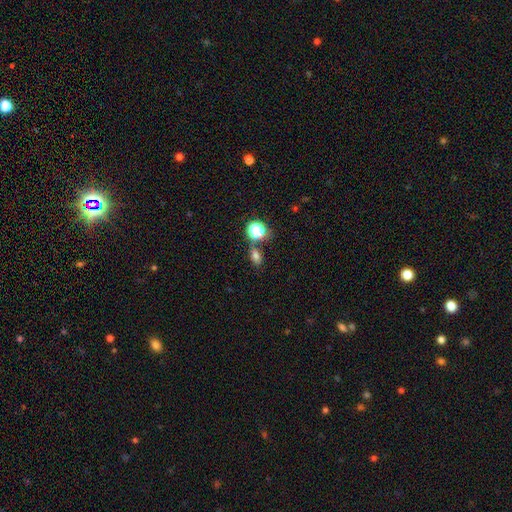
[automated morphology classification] Smooth or featured? Predicted: smooth (p=0.71). How rounded? Predicted: in between (p=0.73). Merging? Predicted: none (p=0.71).